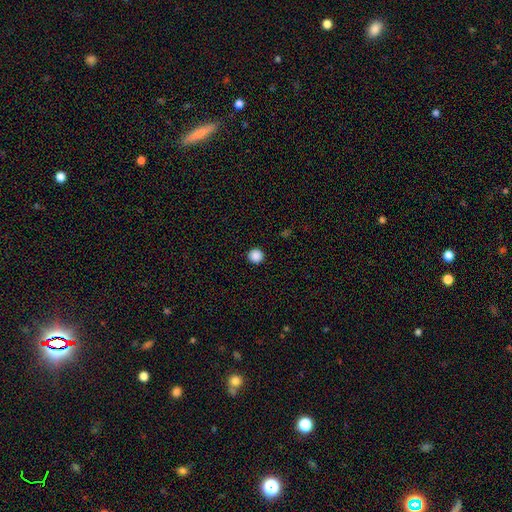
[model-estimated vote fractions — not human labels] Smooth or featured? Predicted: smooth (p=0.88). How rounded? Predicted: round (p=0.96). Merging? Predicted: none (p=0.93).